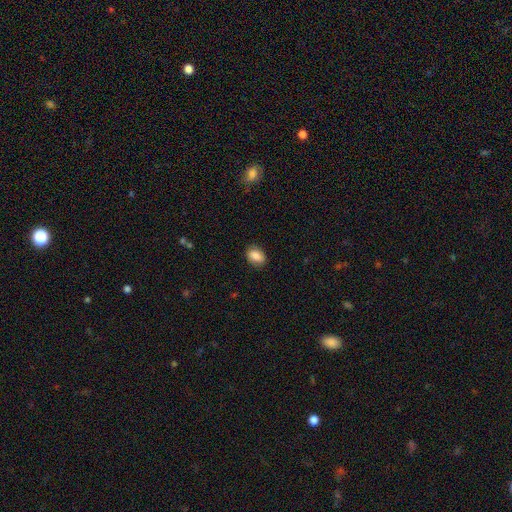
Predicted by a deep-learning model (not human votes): The model was most divided on "how rounded": in between: 76%, round: 23%, cigar-shaped: 1%. More confident: merging — none (86%); smooth or featured — smooth (86%).